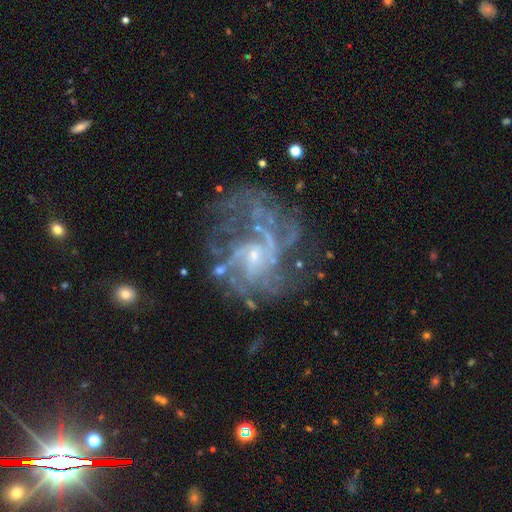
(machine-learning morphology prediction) Overall: featured or disk (85%). Edge-on disk: no (98%). Bar: no (55%; weak 37%). Spiral arms: yes (88%). Spiral arm count: can't tell (34%; 3 19%). Spiral winding: medium (45%; tight 33%). Bulge size: small (71%). Merging: none (52%; major disturbance 26%).